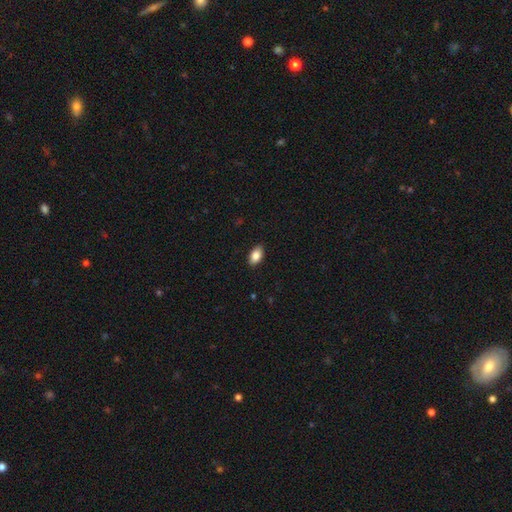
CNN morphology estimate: The model was most divided on "smooth or featured": smooth: 85%, featured or disk: 8%, star or artifact: 7%. More confident: how rounded — in between (92%); merging — none (89%).